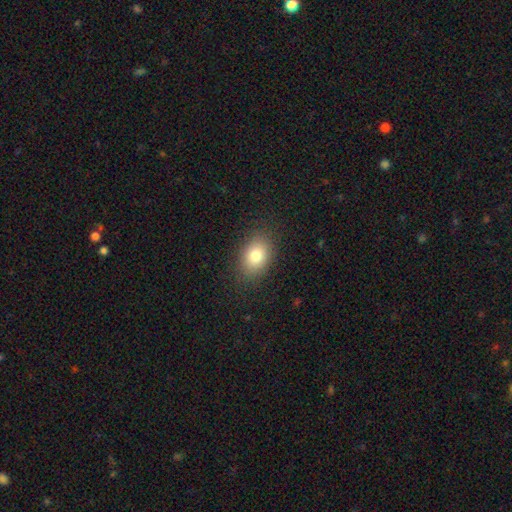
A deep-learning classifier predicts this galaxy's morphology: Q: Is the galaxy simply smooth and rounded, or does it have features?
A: smooth — 81%.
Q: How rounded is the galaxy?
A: in between — 78%.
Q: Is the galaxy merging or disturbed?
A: none — 85%.